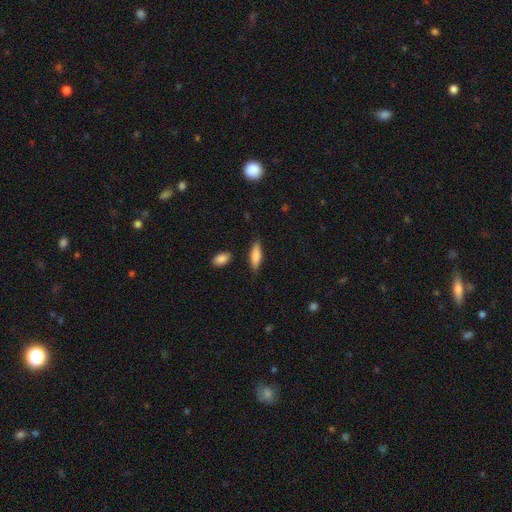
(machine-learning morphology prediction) Smooth or featured? smooth (77%)
How rounded? in between (50%)
Merging? none (83%)